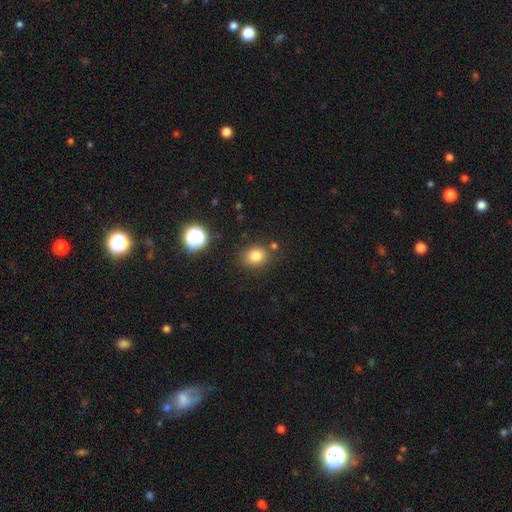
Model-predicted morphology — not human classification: This is clearly a smooth galaxy (80%). How rounded: possibly round (56%). Merging: likely none (80%).